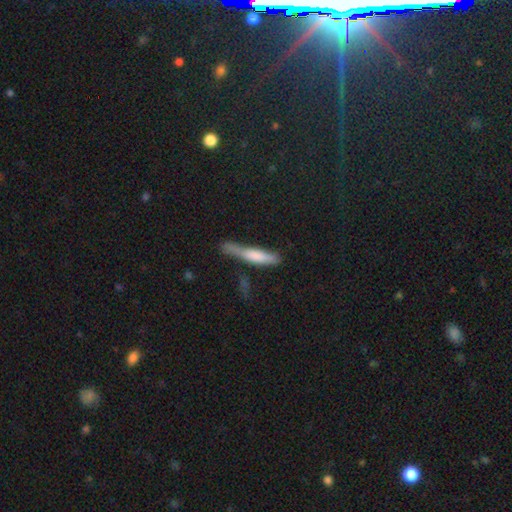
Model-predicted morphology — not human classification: This appears to be a smooth galaxy with no disk features (67%) that is cigar-shaped (89%). Merging: none (46%).